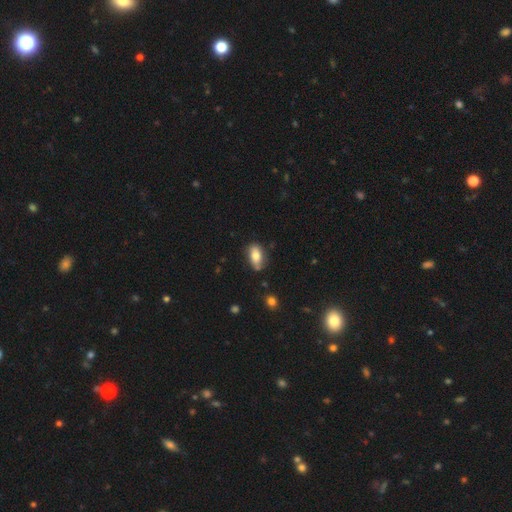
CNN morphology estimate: smooth 76%, featured or disk 16%, star or artifact 7%. Down the decision tree: how rounded — in between (89%); merging — none (68%).